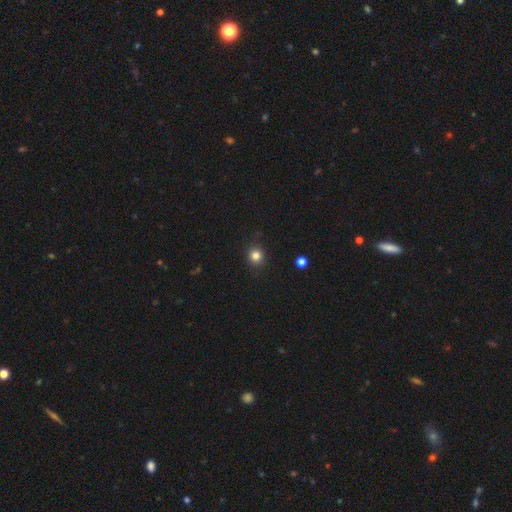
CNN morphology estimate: Smooth or featured? Predicted: smooth (p=0.83). How rounded? Predicted: round (p=0.88). Merging? Predicted: none (p=0.90).